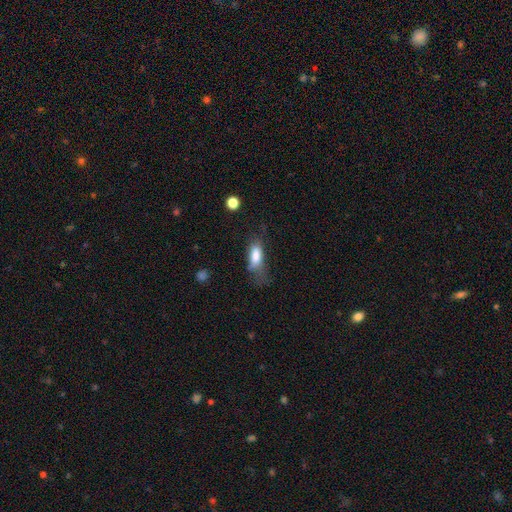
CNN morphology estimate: Overall: smooth (77%). How rounded: in between (75%). Merging: major disturbance (35%; none 32%).